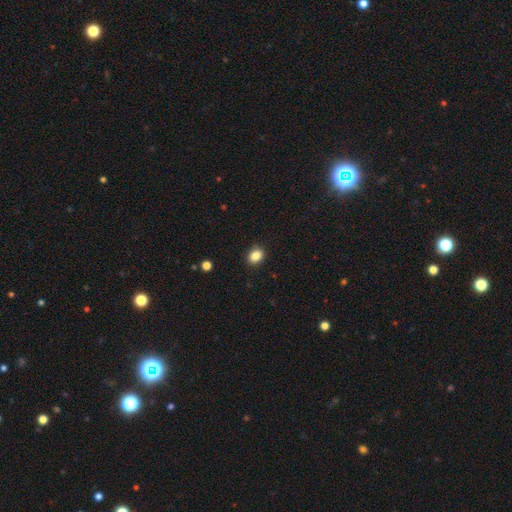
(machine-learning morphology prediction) This is clearly a smooth galaxy (86%). How rounded: possibly in between (55%). Merging: clearly none (88%).